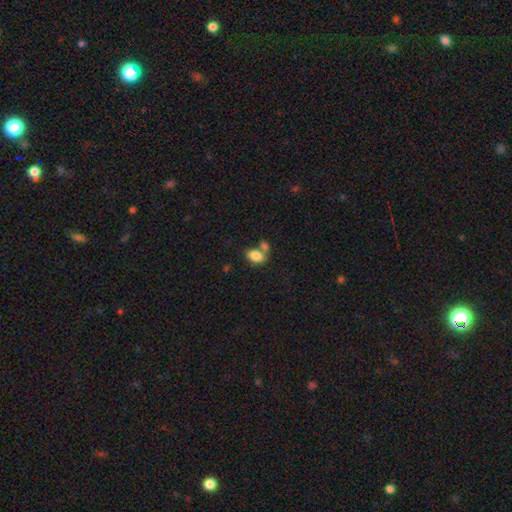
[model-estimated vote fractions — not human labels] A smooth galaxy with no disk features (83%) that is in between round and cigar-shaped (85%). Merging: none (45%).